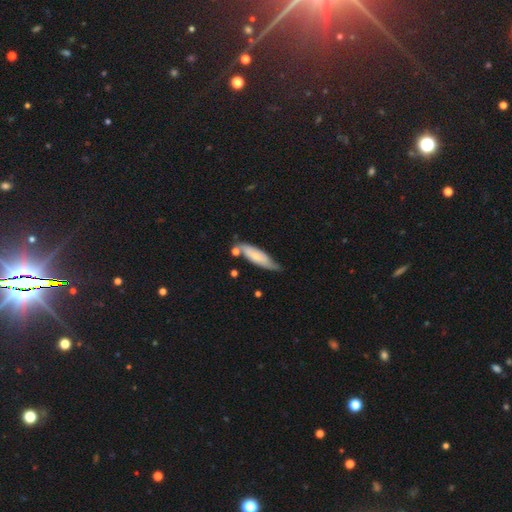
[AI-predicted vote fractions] Smooth or featured?
  - smooth: 63% *
  - featured or disk: 31%
  - star or artifact: 6%
How rounded?
  - cigar-shaped: 57% *
  - in between: 41%
  - round: 2%
Merging?
  - none: 54% *
  - minor disturbance: 29%
  - merger: 11%
  - major disturbance: 6%